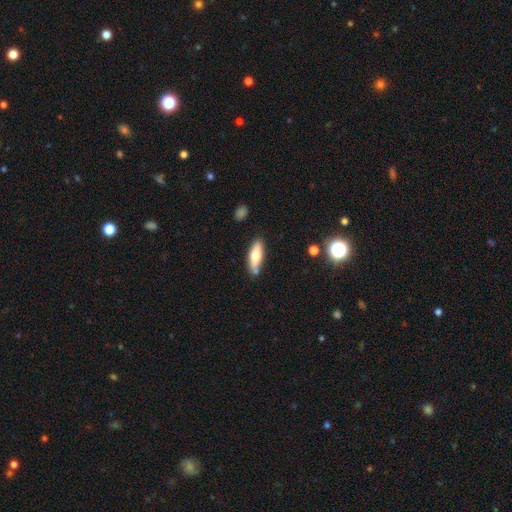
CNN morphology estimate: smooth_or_featured: smooth (p=0.67) [alt: featured or disk p=0.26]
how_rounded: in between (p=0.62) [alt: cigar-shaped p=0.36]
merging: none (p=0.76) [alt: minor disturbance p=0.15]